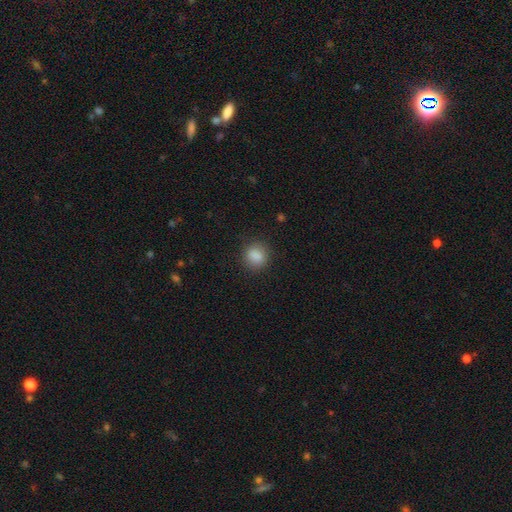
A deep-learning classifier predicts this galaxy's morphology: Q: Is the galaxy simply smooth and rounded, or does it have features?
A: smooth — 87%.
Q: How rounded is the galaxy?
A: round — 75%.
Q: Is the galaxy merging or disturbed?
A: none — 85%.